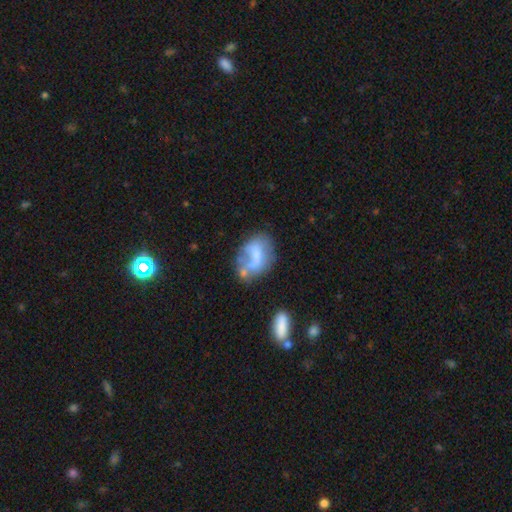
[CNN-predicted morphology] Smooth or featured?
  - smooth: 46% *
  - featured or disk: 45%
  - star or artifact: 9%
Merging?
  - none: 34% *
  - major disturbance: 25%
  - minor disturbance: 25%
  - merger: 17%